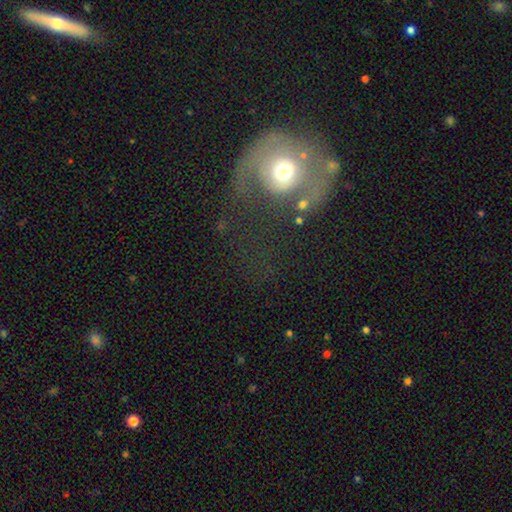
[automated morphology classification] Smooth or featured? featured or disk (53%)
Edge-on disk? no (95%)
Bar? no (79%)
Spiral arms? yes (52%)
Bulge size? moderate (68%)
Merging? major disturbance (47%)